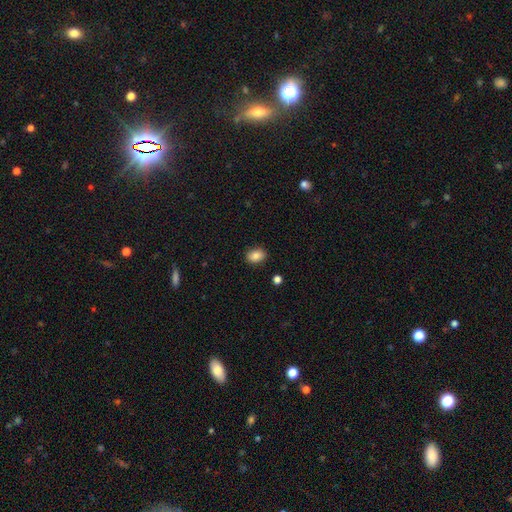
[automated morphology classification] smooth 84%, star or artifact 9%, featured or disk 7%. Down the decision tree: how rounded — in between (71%); merging — none (88%).